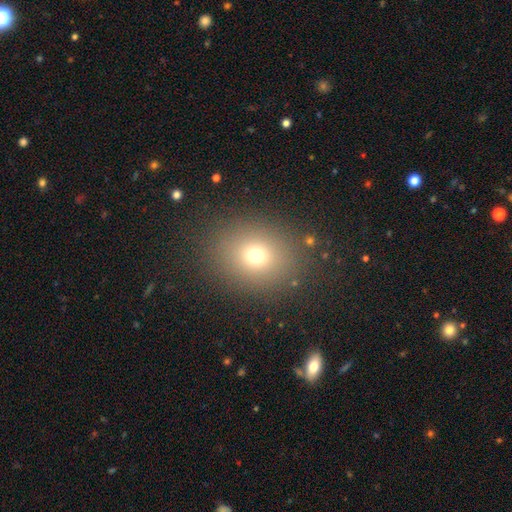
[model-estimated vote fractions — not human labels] Overall: smooth (71%). How rounded: round (59%; in between 40%). Merging: none (86%).